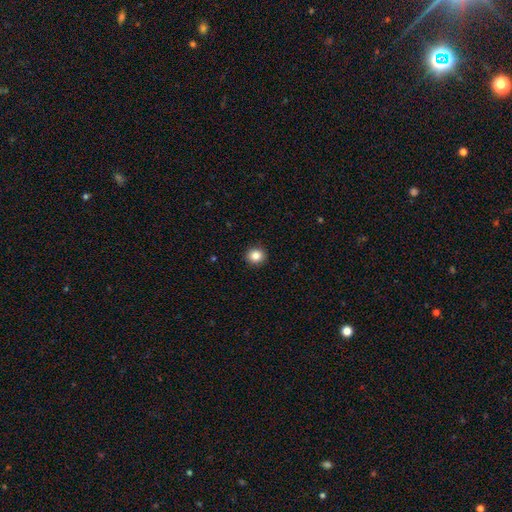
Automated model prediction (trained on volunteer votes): A smooth galaxy with no disk features (84%) that is round (88%).

Vote fractions:
- Smooth or featured? smooth: 84% / star or artifact: 11% / featured or disk: 5%
- How rounded? round: 88% / in between: 11% / cigar-shaped: 1%
- Merging? none: 93% / minor disturbance: 5% / major disturbance: 2% / merger: 1%